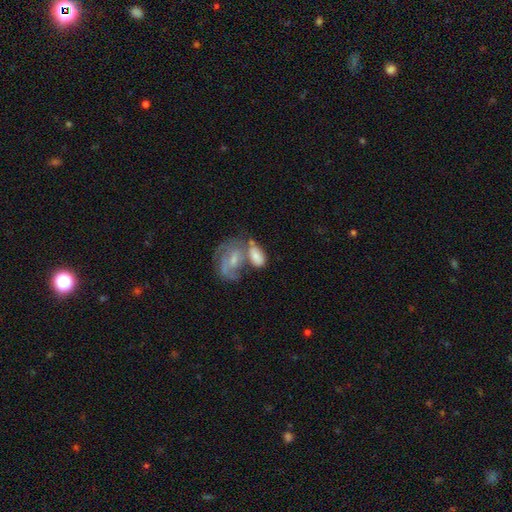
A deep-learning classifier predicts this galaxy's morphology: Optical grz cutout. It shows a smooth galaxy with no disk features (59%) that is in between round and cigar-shaped (87%). Merging: merger (51%).